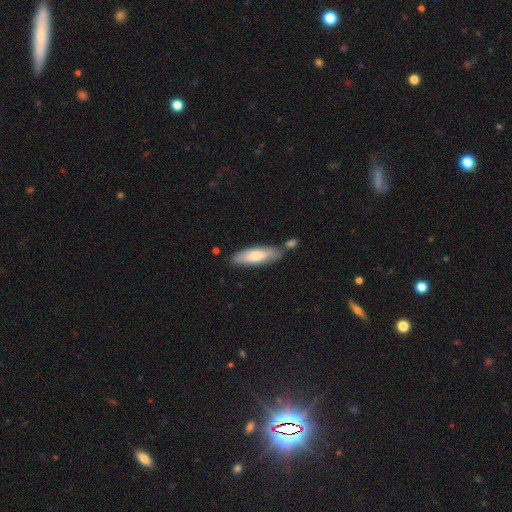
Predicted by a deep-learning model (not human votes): Smooth or featured? Predicted: smooth (p=0.71). How rounded? Predicted: cigar-shaped (p=0.49, tied with in between). Merging? Predicted: none (p=0.69).